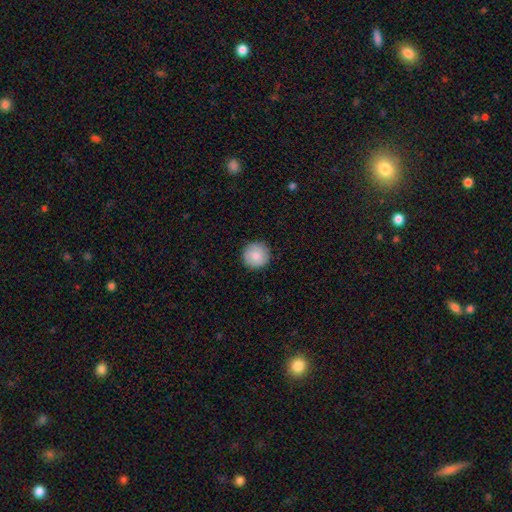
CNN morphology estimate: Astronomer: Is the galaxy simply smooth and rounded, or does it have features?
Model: smooth — 85%.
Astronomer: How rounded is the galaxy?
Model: round — 96%.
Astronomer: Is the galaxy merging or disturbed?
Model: none — 90%.